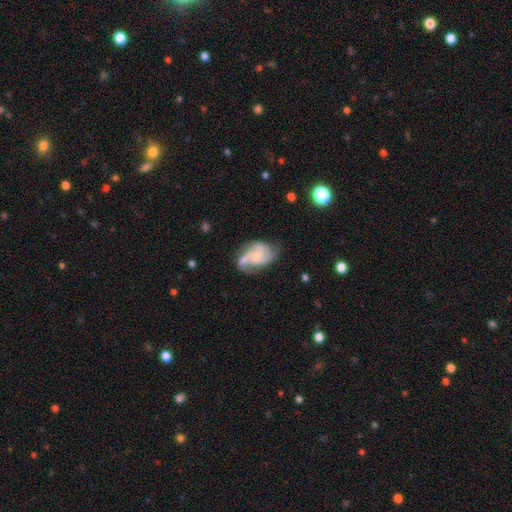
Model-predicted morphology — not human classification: A featured or disk galaxy (76%) with no bar (70%), 3 (55%) medium (48%) spiral arms (92%) and a small central bulge (39%). Merging: none (49%).